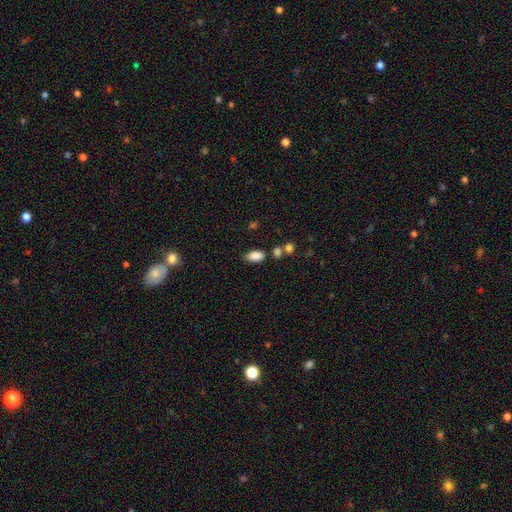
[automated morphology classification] This appears to be a smooth galaxy with no disk features (87%) that is in between round and cigar-shaped (92%). Merging: none (67%).